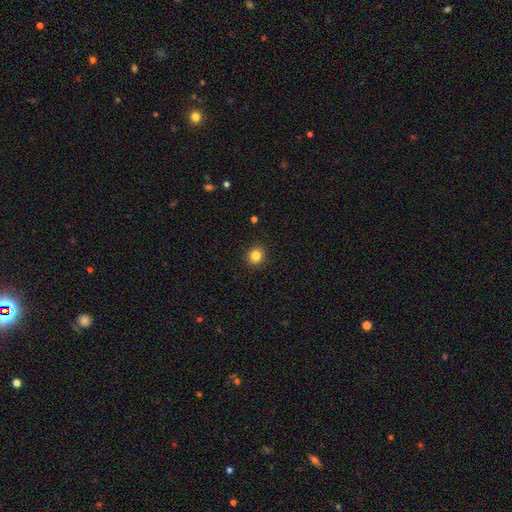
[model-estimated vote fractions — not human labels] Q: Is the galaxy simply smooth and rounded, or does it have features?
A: smooth — 84%.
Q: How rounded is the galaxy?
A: round — 85%.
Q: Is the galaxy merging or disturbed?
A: none — 92%.